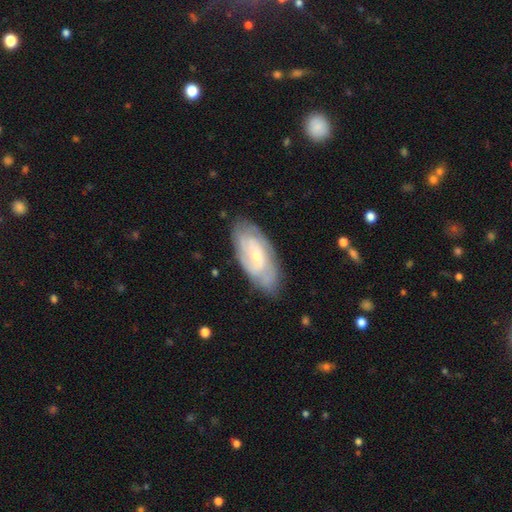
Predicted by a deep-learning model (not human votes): Smooth or featured?
  - featured or disk: 73% *
  - smooth: 21%
  - star or artifact: 6%
Edge-on disk?
  - no: 93% *
  - yes: 7%
Bar?
  - no: 63% *
  - weak: 30%
  - strong: 7%
Spiral arms?
  - yes: 89% *
  - no: 11%
Spiral winding?
  - tight: 65% *
  - medium: 28%
  - loose: 7%
Spiral arm count?
  - can't tell: 44% *
  - 2: 28%
  - 3: 14%
  - 4: 7%
  - 1: 4%
  - more than 4: 3%
Bulge size?
  - small: 68% *
  - moderate: 29%
  - none: 1%
  - large: 1%
  - dominant: 1%
Merging?
  - none: 76% *
  - minor disturbance: 18%
  - major disturbance: 4%
  - merger: 1%